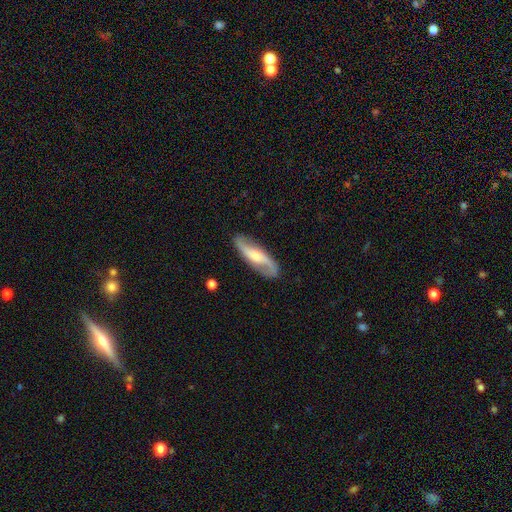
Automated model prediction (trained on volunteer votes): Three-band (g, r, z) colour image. It shows a featured or disk galaxy (78%) with no bar (45%), 2 (91%) loose (61%) spiral arms (94%) and a moderate central bulge (47%). Merging: none (84%).